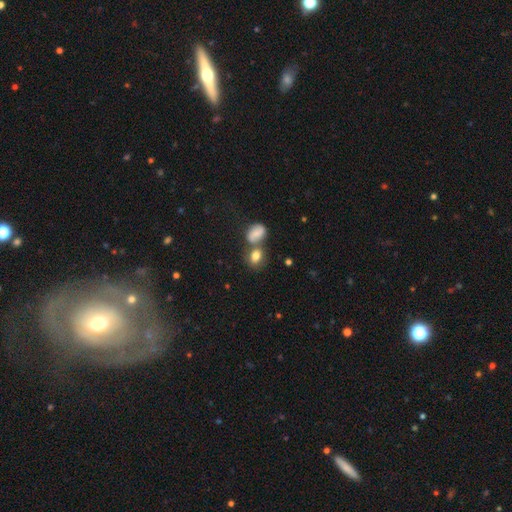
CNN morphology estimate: Smooth or featured? smooth (77%)
How rounded? in between (56%)
Merging? merger (43%)